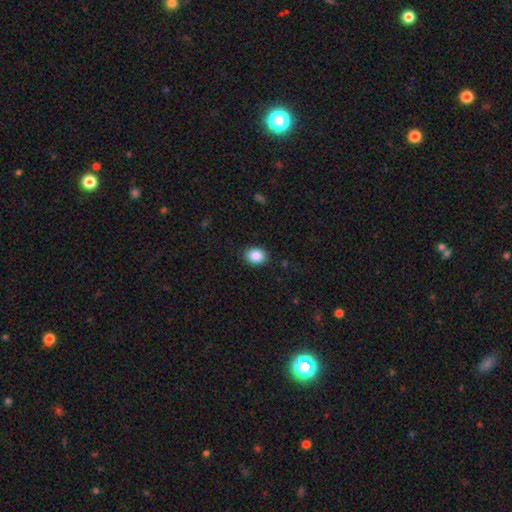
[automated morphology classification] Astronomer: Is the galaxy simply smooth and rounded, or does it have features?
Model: smooth — 88%.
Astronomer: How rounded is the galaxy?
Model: in between — 58% (runner-up: round, 41%).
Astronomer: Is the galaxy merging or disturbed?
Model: none — 88%.